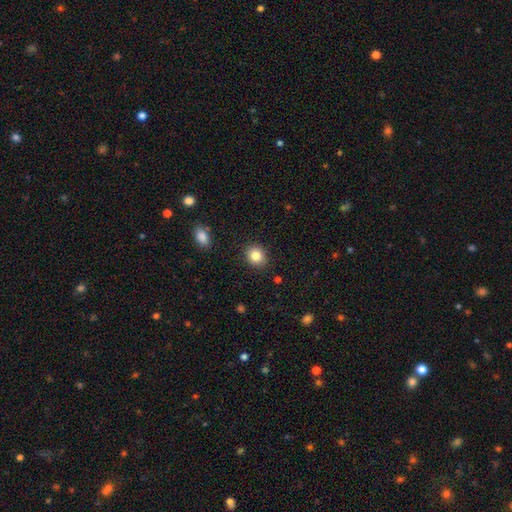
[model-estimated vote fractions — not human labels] Overall: smooth (84%). How rounded: round (68%; in between 31%). Merging: none (88%).